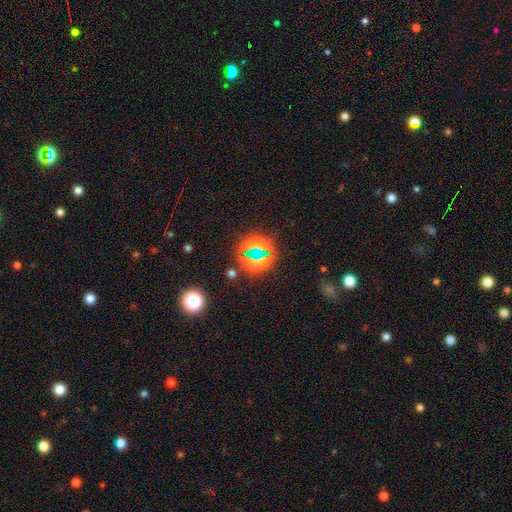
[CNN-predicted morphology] A star or artifact, not a galaxy (69%).